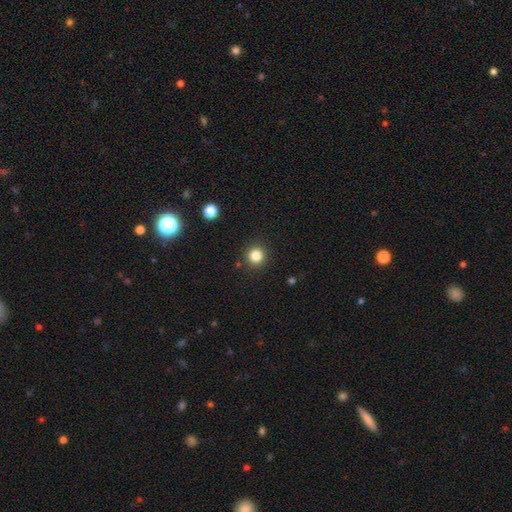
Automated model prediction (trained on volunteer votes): This is clearly a smooth galaxy (83%). How rounded: clearly round (93%). Merging: clearly none (91%).